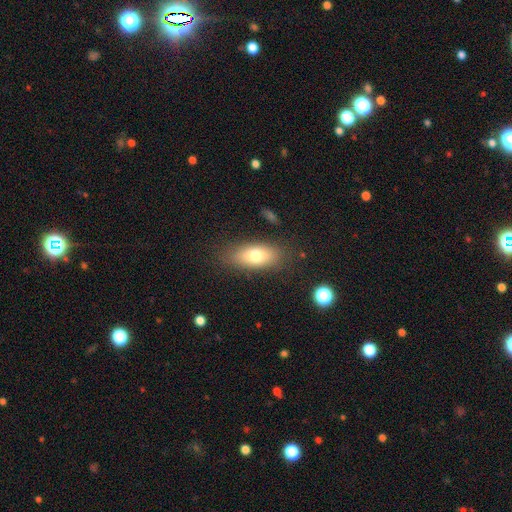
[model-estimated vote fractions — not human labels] Overall: smooth (73%). How rounded: in between (82%). Merging: none (81%).